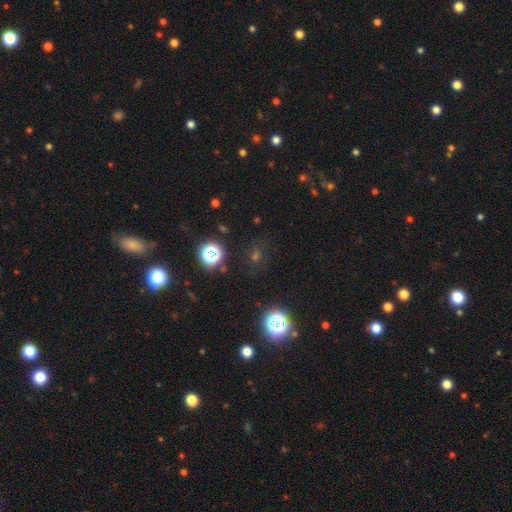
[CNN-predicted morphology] Smooth or featured?
  - star or artifact: 55% *
  - smooth: 36%
  - featured or disk: 9%